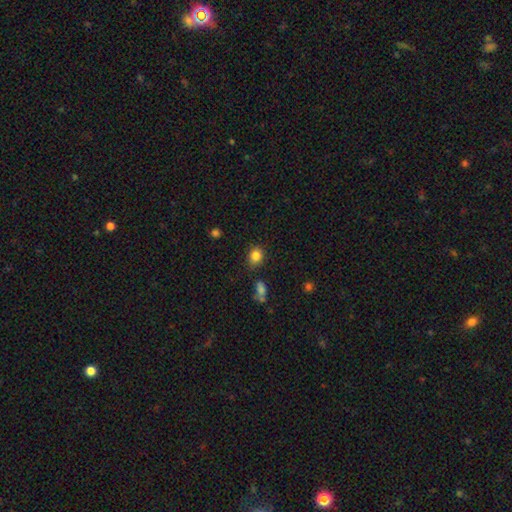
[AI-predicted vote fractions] Overall: smooth (84%). How rounded: round (56%; in between 43%). Merging: none (79%).